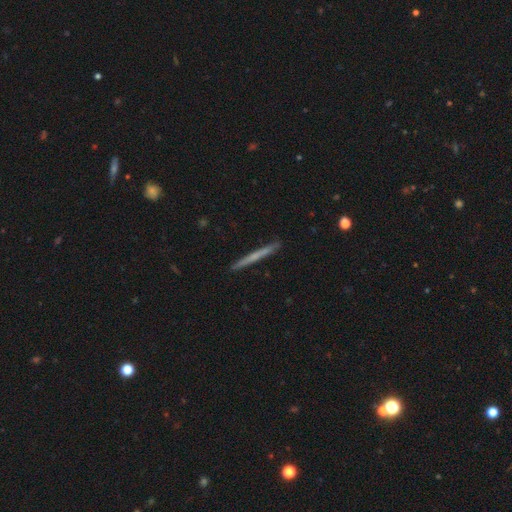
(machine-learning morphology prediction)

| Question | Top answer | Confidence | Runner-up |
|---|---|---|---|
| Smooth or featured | smooth | 48% | featured or disk (47%) |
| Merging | none | 92% | minor disturbance (6%) |